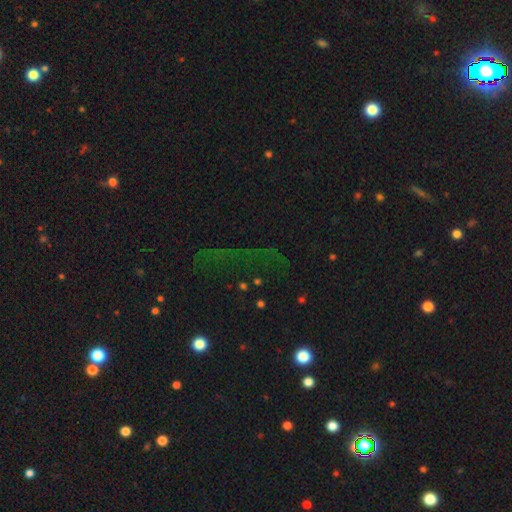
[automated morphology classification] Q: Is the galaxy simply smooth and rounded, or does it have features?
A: star or artifact — 70%.